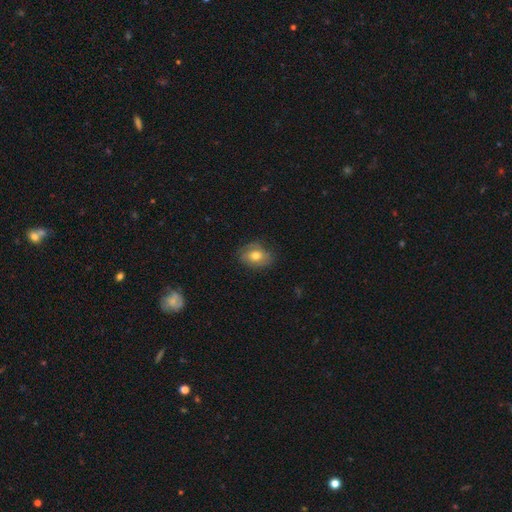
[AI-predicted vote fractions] Overall: smooth (66%). How rounded: in between (63%; round 36%). Merging: none (73%).